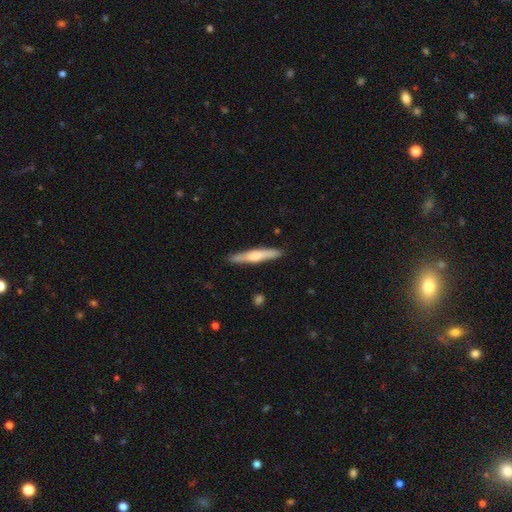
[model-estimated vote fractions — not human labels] smooth_or_featured: smooth (p=0.48) [alt: featured or disk p=0.47]
merging: none (p=0.89) [alt: minor disturbance p=0.08]